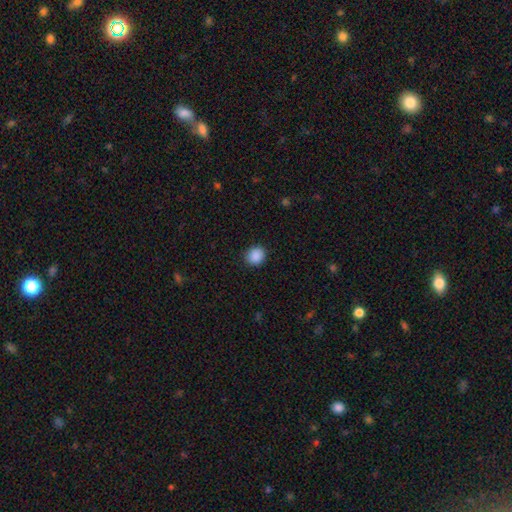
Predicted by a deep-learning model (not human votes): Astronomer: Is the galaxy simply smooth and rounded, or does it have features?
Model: smooth — 89%.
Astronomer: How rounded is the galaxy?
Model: round — 84%.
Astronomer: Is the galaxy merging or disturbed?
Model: none — 89%.